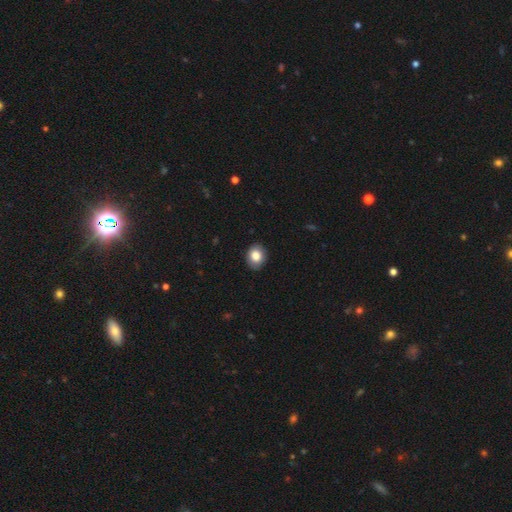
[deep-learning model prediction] This is clearly a smooth galaxy (84%). How rounded: possibly in between (51%). Merging: clearly none (86%).